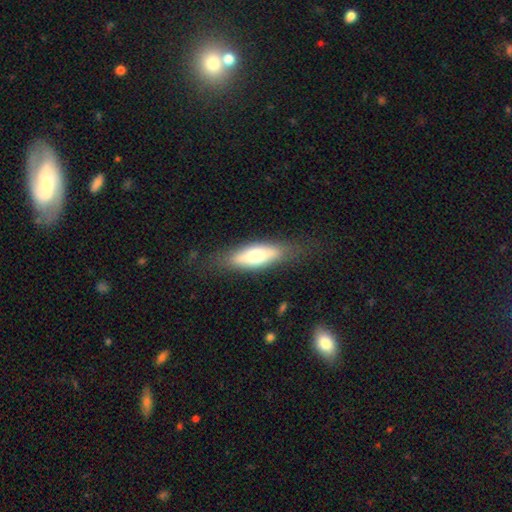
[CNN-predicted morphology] type=smooth (60%); roundness=in between (63%); merging=none (75%).